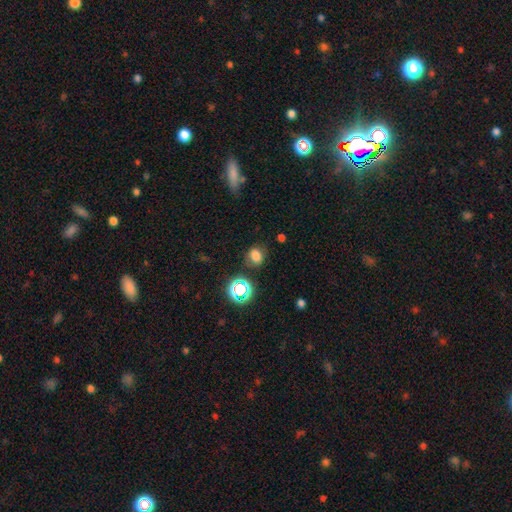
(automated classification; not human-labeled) A smooth galaxy with no disk features (71%) that is round (54%). Merging: none (73%).